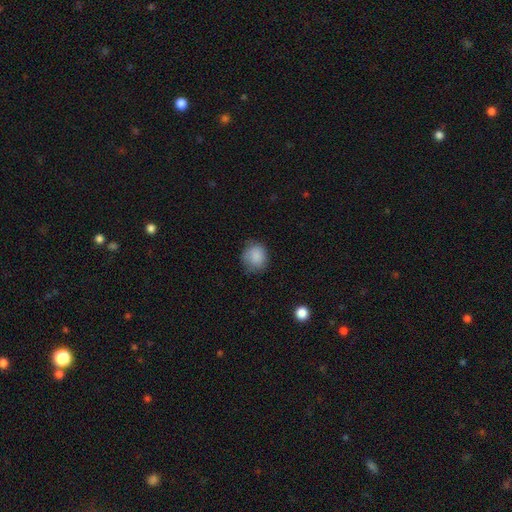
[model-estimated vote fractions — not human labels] Overall: smooth (87%). How rounded: round (83%). Merging: none (75%).